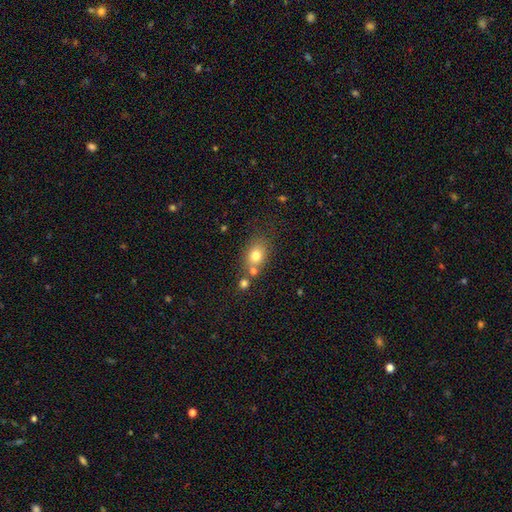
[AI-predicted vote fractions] smooth 77%, star or artifact 12%, featured or disk 12%. Down the decision tree: how rounded — in between (56%); merging — none (61%).